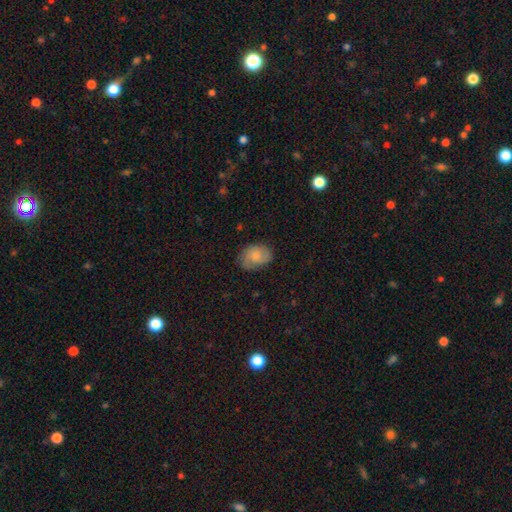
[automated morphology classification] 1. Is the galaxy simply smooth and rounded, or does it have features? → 59% smooth, 33% featured or disk, 8% star or artifact.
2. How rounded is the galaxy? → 71% in between, 28% round, 1% cigar-shaped.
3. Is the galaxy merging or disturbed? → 70% none, 22% minor disturbance, 7% major disturbance, 1% merger.